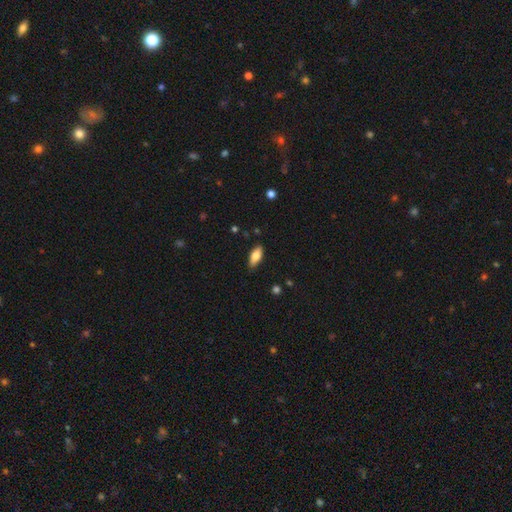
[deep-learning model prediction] Smooth or featured? smooth (75%)
How rounded? in between (79%)
Merging? none (82%)